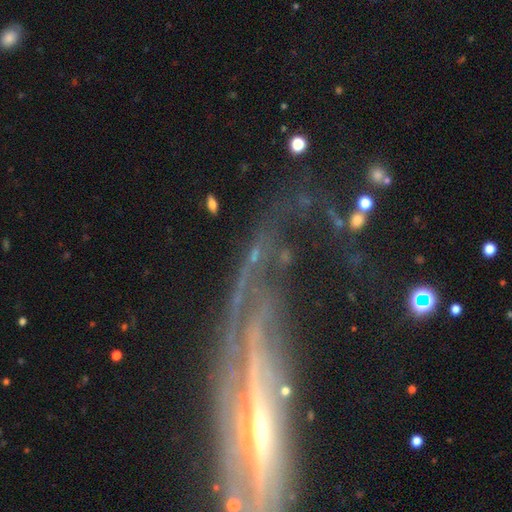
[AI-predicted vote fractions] Overall: featured or disk (48%; star or artifact 33%). Merging: none (52%; major disturbance 22%).